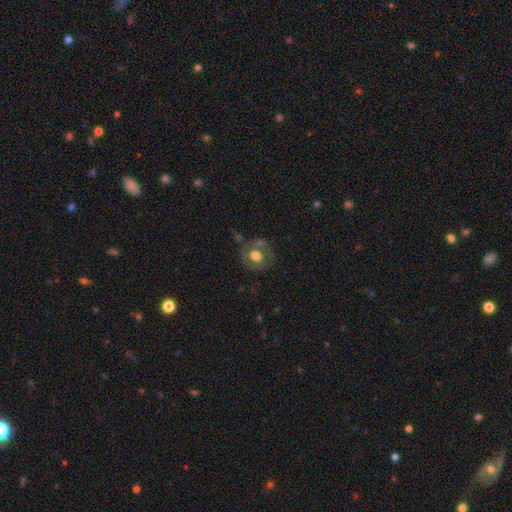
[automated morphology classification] smooth 53%, featured or disk 38%, star or artifact 8%. Down the decision tree: how rounded — round (68%); merging — none (61%).